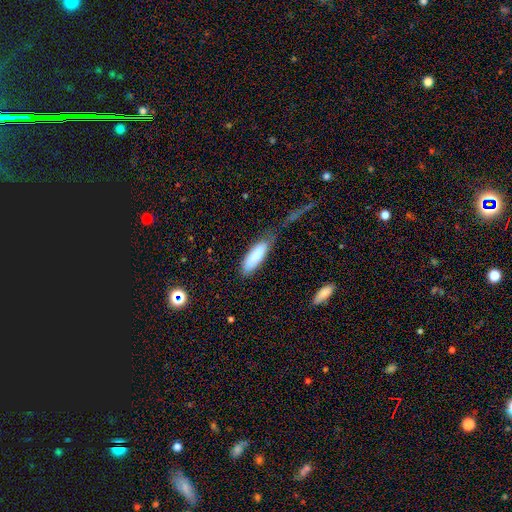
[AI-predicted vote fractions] The model was most divided on "merging": none: 48%, minor disturbance: 33%, major disturbance: 13%, merger: 6%. More confident: smooth or featured — smooth (82%); how rounded — in between (59%).